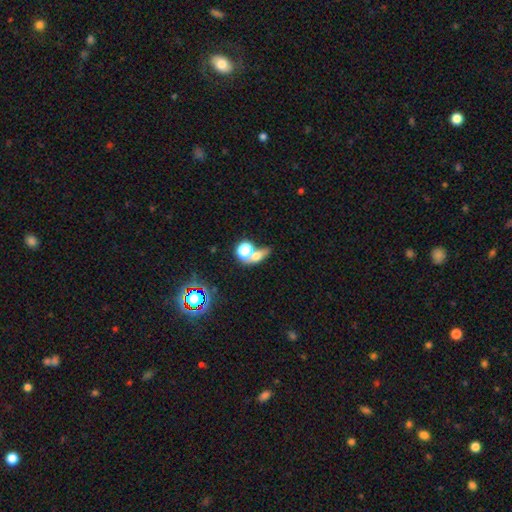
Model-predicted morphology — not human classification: This is possibly a smooth galaxy (59%). How rounded: possibly in between (51%). Merging: marginally none (42%).